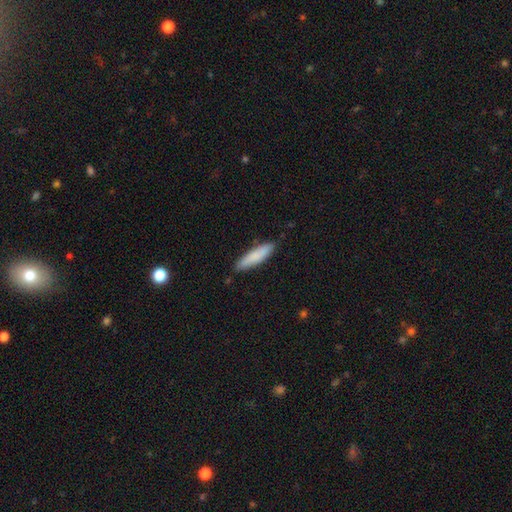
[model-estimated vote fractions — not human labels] The model was most divided on "how rounded": cigar-shaped: 74%, in between: 24%, round: 1%. More confident: merging — none (84%); smooth or featured — smooth (83%).